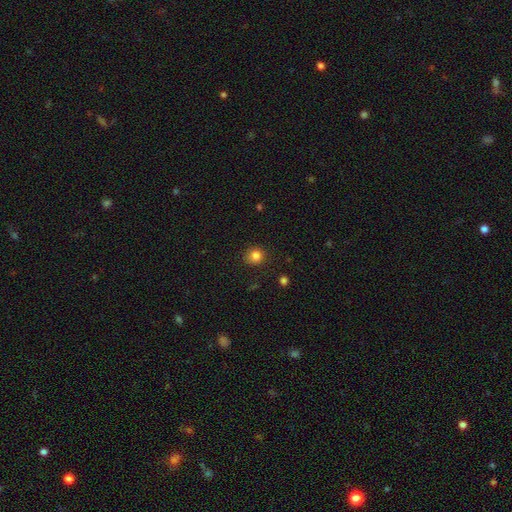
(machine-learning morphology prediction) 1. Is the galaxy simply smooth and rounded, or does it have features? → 83% smooth, 12% star or artifact, 5% featured or disk.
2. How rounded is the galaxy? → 88% round, 11% in between, 1% cigar-shaped.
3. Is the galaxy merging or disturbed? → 87% none, 9% minor disturbance, 3% major disturbance, 1% merger.